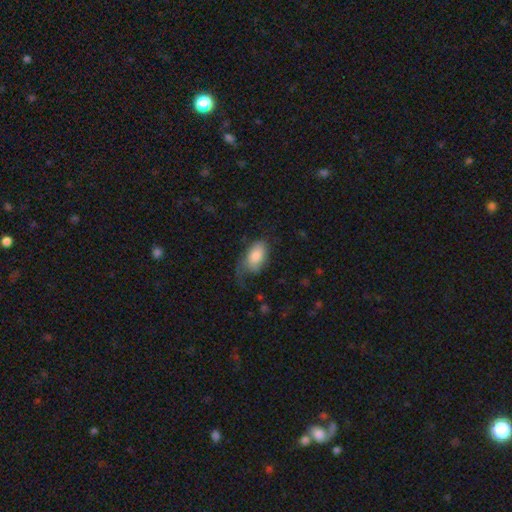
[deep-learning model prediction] Smooth or featured?
  - smooth: 77% *
  - featured or disk: 17%
  - star or artifact: 6%
How rounded?
  - in between: 94% *
  - round: 4%
  - cigar-shaped: 2%
Merging?
  - none: 36% *
  - major disturbance: 32%
  - minor disturbance: 29%
  - merger: 2%